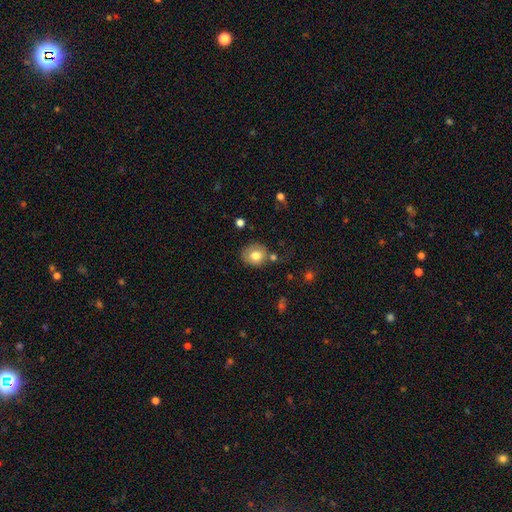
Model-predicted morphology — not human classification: This is likely a smooth galaxy (76%). How rounded: likely round (76%). Merging: likely none (72%).